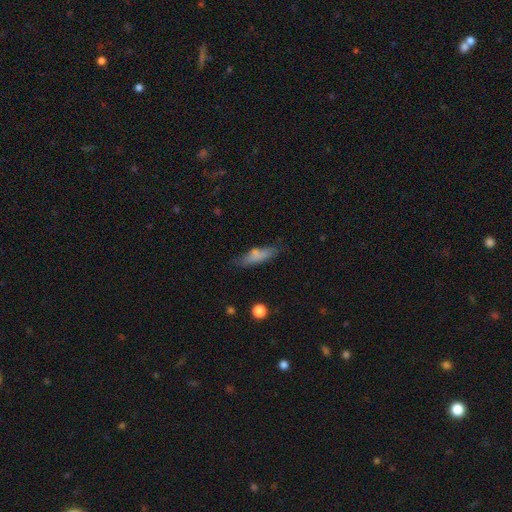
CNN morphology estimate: A smooth galaxy with no disk features (65%) that is cigar-shaped (73%). Merging: none (80%).